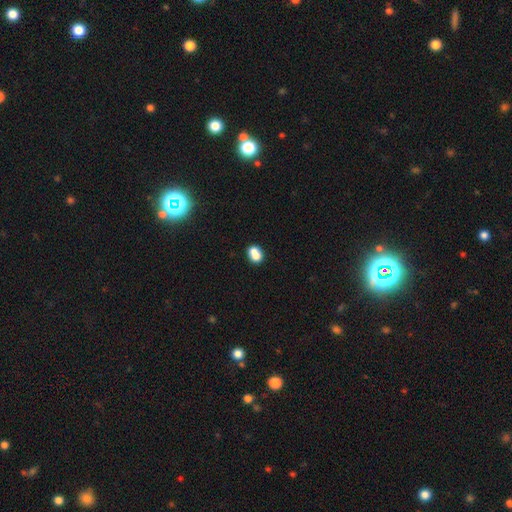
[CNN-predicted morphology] A smooth galaxy with no disk features (73%) that is round (54%).

Vote fractions:
- Smooth or featured? smooth: 73% / featured or disk: 16% / star or artifact: 11%
- How rounded? round: 54% / in between: 45% / cigar-shaped: 1%
- Merging? merger: 50% / none: 36% / minor disturbance: 9% / major disturbance: 4%